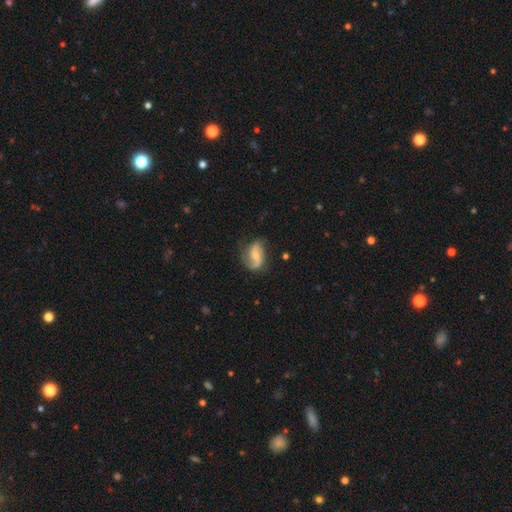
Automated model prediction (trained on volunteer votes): Morphology: type=featured or disk (73%); edge-on=no (97%); bar=no (47%); spiral arms=yes (92%); winding=loose (62%); arm count=2 (84%); bulge=small (48%); merging=none (64%).